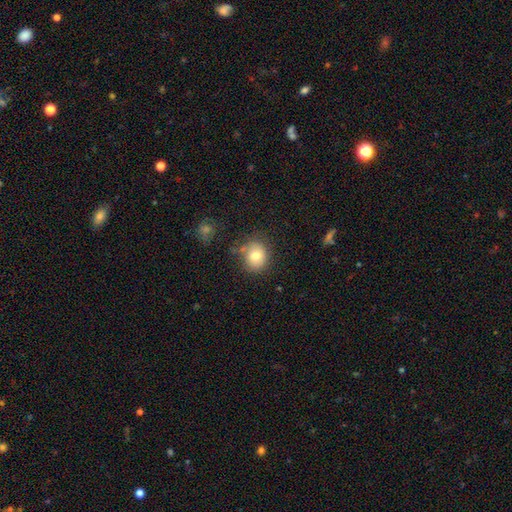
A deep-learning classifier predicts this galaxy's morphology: type=smooth (80%); roundness=round (67%); merging=none (70%).